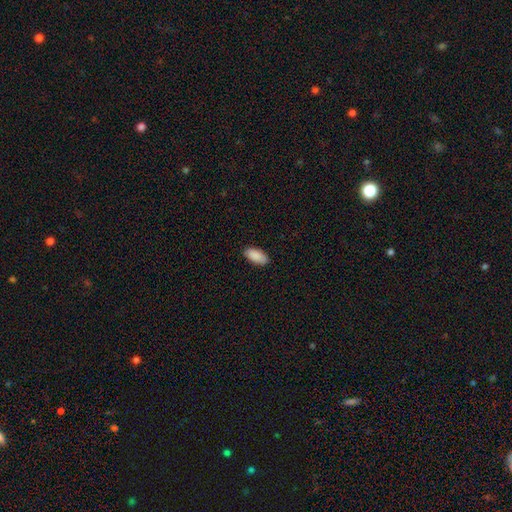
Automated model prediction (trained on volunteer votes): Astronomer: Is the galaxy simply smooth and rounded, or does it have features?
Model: smooth — 90%.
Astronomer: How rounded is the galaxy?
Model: in between — 92%.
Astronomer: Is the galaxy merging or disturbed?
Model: none — 88%.